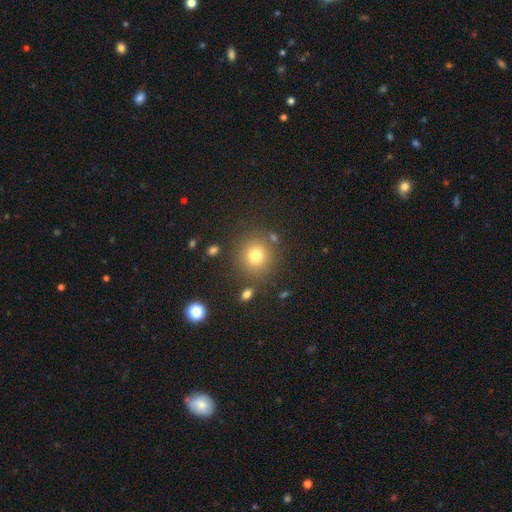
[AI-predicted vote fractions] This is likely a smooth galaxy (76%). How rounded: clearly round (90%). Merging: clearly none (83%).